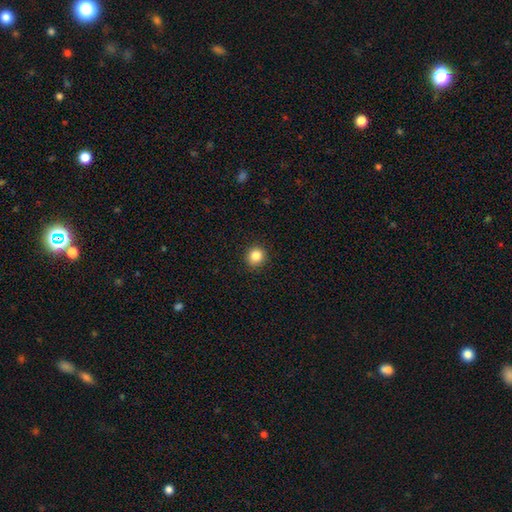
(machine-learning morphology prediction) smooth-or-featured: smooth: 84% | star or artifact: 11% | featured or disk: 5%
  how-rounded: round: 89% | in between: 10% | cigar-shaped: 1%
  merging: none: 91% | minor disturbance: 6% | major disturbance: 2% | merger: 1%